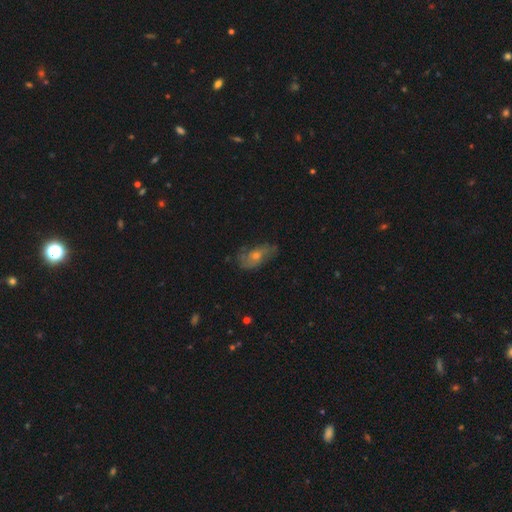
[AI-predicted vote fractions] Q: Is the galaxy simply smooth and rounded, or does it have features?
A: featured or disk — 51%.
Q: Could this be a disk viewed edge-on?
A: no — 87%.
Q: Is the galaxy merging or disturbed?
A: none — 61%.